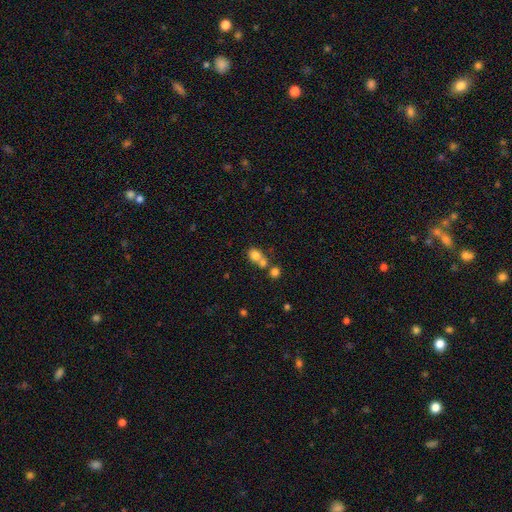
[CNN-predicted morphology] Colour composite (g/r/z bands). It shows a smooth galaxy with no disk features (77%) that is round (62%). Merging: merger (51%).